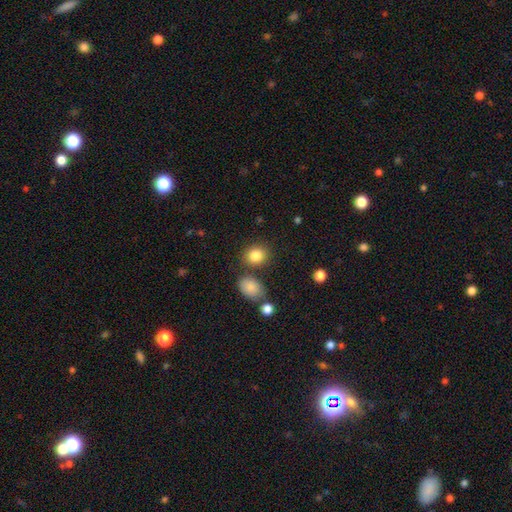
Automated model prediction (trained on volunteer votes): smooth_or_featured: smooth (p=0.84) [alt: star or artifact p=0.10]
how_rounded: round (p=0.66) [alt: in between p=0.33]
merging: none (p=0.76) [alt: minor disturbance p=0.11]